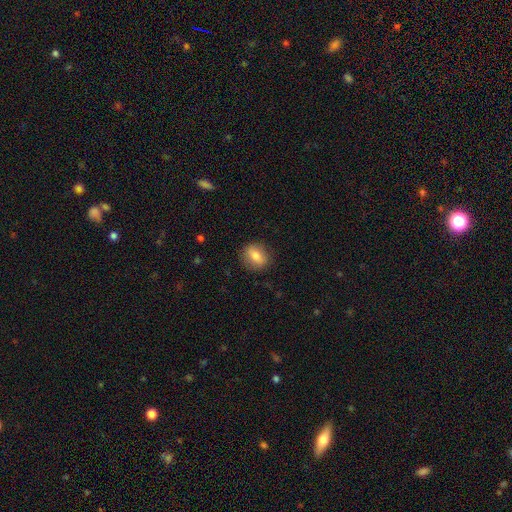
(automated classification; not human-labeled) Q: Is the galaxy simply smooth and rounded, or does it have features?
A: smooth — 74%.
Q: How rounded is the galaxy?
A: round — 53%.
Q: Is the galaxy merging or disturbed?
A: none — 86%.